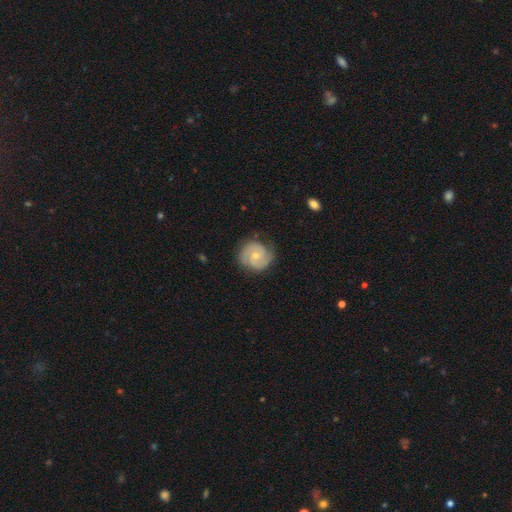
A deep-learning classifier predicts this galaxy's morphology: smooth-or-featured: featured or disk: 76% | smooth: 18% | star or artifact: 6%
  disk-edge-on: no: 98% | yes: 2%
    bar: no: 68% | weak: 27% | strong: 5%
    has-spiral-arms: yes: 95% | no: 5%
      spiral-winding: tight: 52% | medium: 39% | loose: 9%
      spiral-arm-count: 2: 72% | 3: 11% | can't tell: 10% | 1: 3% | 4: 2% | more than 4: 2%
    bulge-size: small: 57% | moderate: 39% | none: 2% | large: 1% | dominant: 1%
  merging: none: 78% | minor disturbance: 16% | major disturbance: 5% | merger: 1%